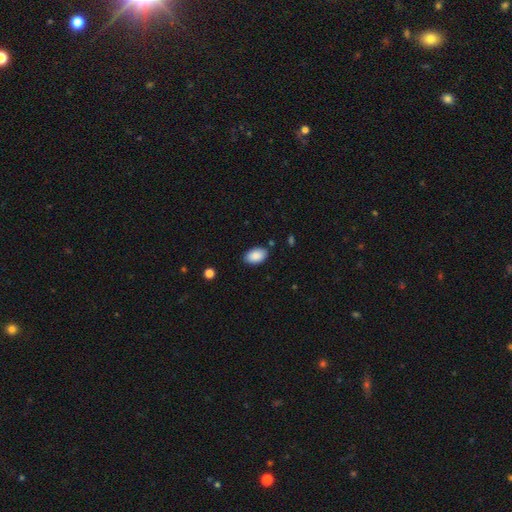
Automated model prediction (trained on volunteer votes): A smooth galaxy with no disk features (89%) that is in between round and cigar-shaped (92%).

Vote fractions:
- Smooth or featured? smooth: 89% / star or artifact: 7% / featured or disk: 4%
- How rounded? in between: 92% / round: 6% / cigar-shaped: 1%
- Merging? none: 85% / minor disturbance: 11% / major disturbance: 2% / merger: 2%